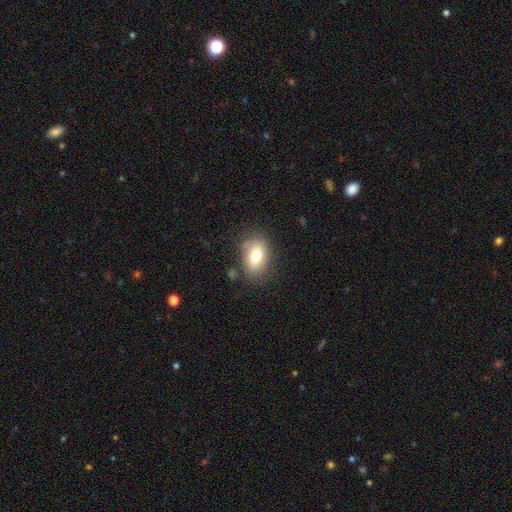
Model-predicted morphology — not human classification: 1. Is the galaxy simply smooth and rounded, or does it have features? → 74% smooth, 16% featured or disk, 9% star or artifact.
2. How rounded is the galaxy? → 83% in between, 15% round, 2% cigar-shaped.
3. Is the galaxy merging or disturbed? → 76% none, 16% minor disturbance, 5% major disturbance, 3% merger.